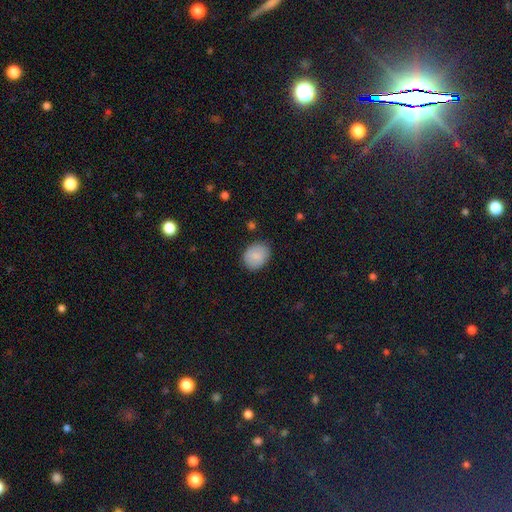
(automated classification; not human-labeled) smooth-or-featured: smooth: 83% | featured or disk: 9% | star or artifact: 8%
  how-rounded: round: 51% | in between: 48% | cigar-shaped: 1%
  merging: none: 83% | minor disturbance: 13% | major disturbance: 3% | merger: 1%